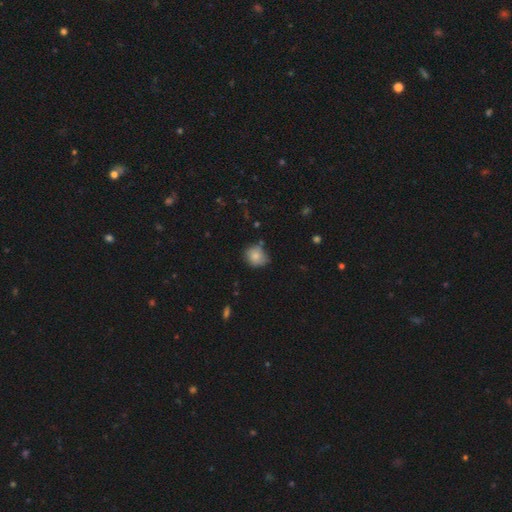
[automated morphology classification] smooth_or_featured: smooth (p=0.81) [alt: featured or disk p=0.10]
how_rounded: round (p=0.79) [alt: in between p=0.20]
merging: none (p=0.62) [alt: minor disturbance p=0.29]